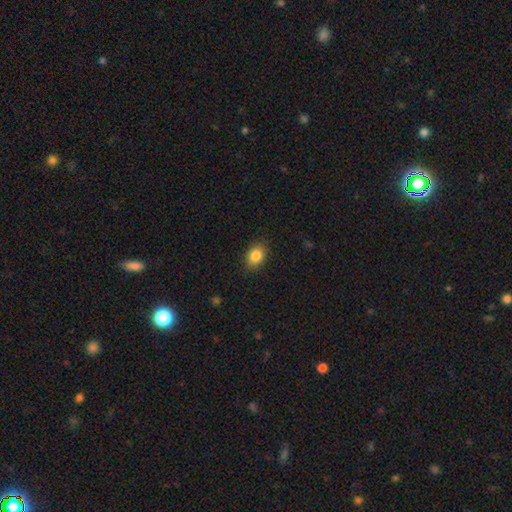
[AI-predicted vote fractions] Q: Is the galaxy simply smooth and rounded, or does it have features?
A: smooth — 85%.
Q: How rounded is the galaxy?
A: in between — 70%.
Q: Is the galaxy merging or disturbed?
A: none — 85%.